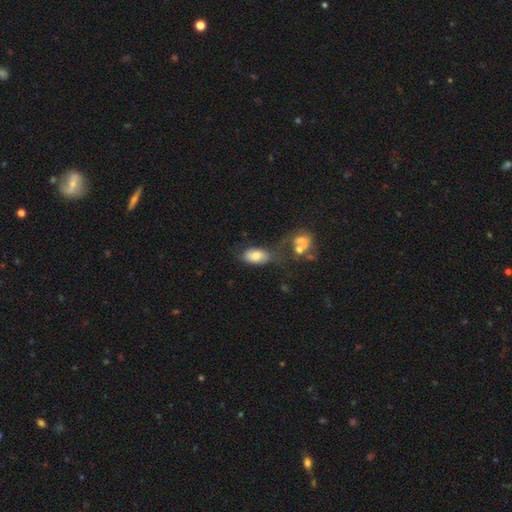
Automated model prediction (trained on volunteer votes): Morphology: type=smooth (76%); roundness=in between (92%); merging=none (51%).